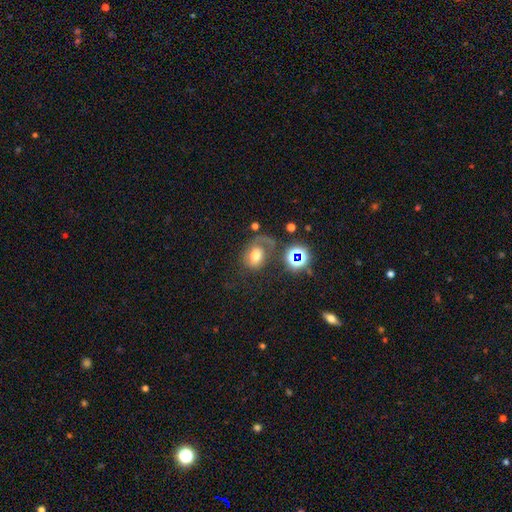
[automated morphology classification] smooth-or-featured: smooth: 47% | featured or disk: 36% | star or artifact: 17%
  merging: none: 37% | major disturbance: 33% | minor disturbance: 21% | merger: 10%